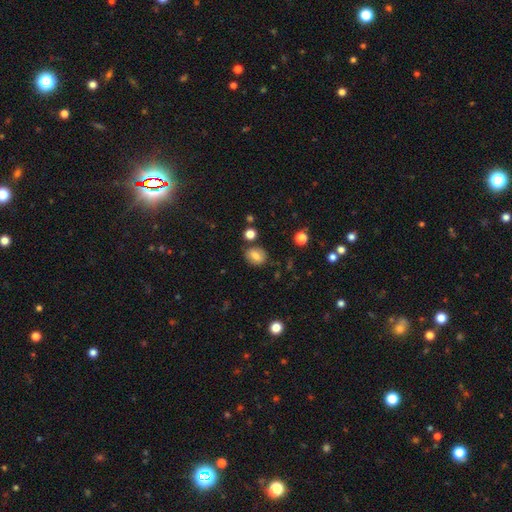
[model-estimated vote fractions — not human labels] Q: Smooth or featured?
A: smooth (77%); runner-up: featured or disk (13%)
Q: How rounded?
A: round (50%); runner-up: in between (49%)
Q: Merging?
A: none (77%); runner-up: minor disturbance (14%)